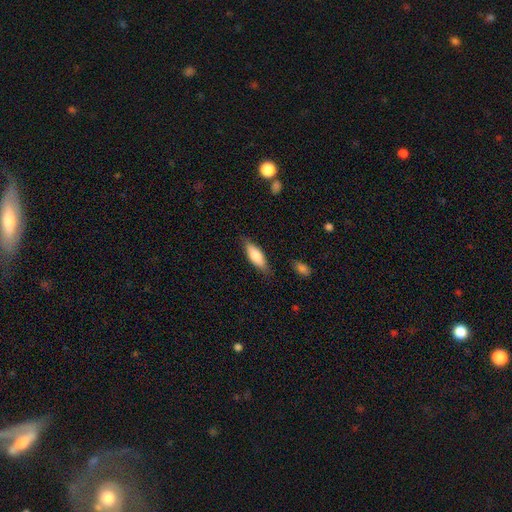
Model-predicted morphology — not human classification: This is likely a smooth galaxy (73%). How rounded: likely in between (60%). Merging: clearly none (81%).